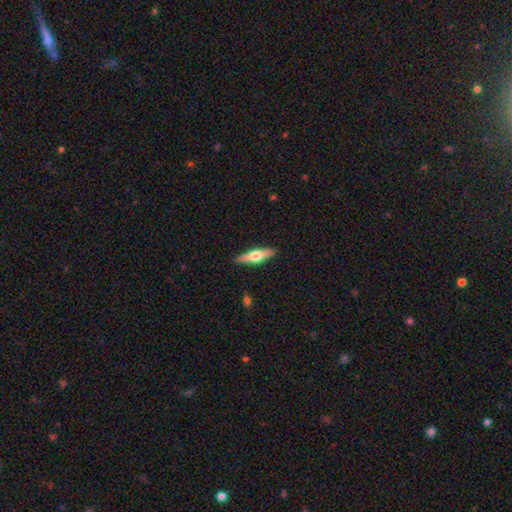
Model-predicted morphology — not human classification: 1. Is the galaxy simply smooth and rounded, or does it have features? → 47% featured or disk (tied), 47% smooth (tied), 6% star or artifact.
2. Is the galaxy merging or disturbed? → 89% none, 8% minor disturbance, 2% major disturbance, 1% merger.